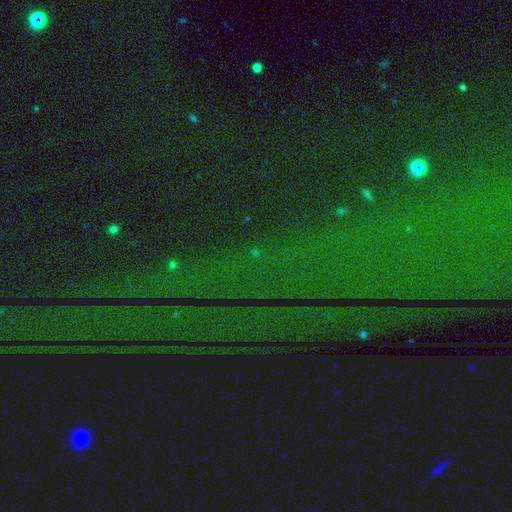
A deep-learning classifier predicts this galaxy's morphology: smooth_or_featured: star or artifact (p=0.85) [alt: featured or disk p=0.08]